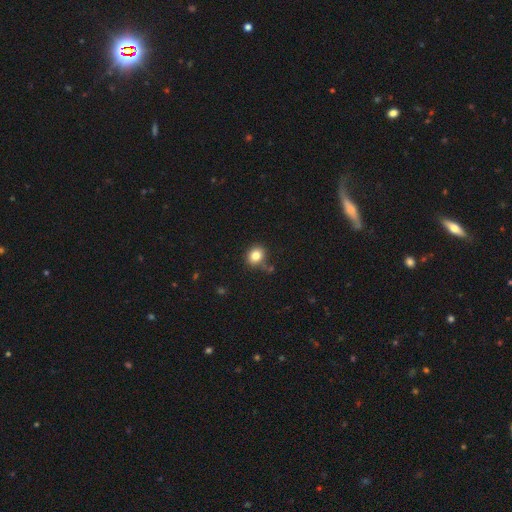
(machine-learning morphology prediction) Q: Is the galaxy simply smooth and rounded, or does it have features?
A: smooth — 82%.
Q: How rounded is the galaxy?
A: round — 65%.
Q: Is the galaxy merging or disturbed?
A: none — 75%.